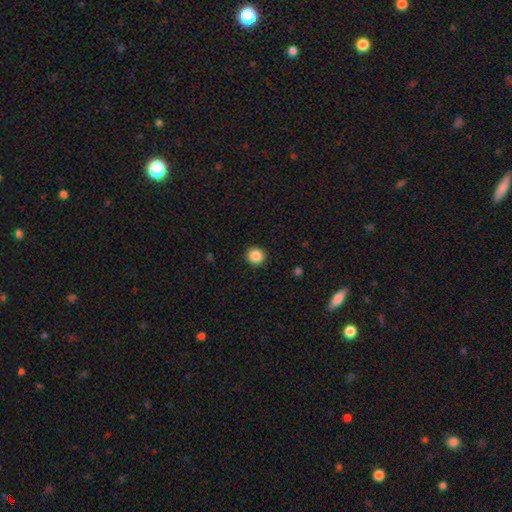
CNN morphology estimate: A smooth galaxy with no disk features (87%) that is round (94%). Merging: none (93%).